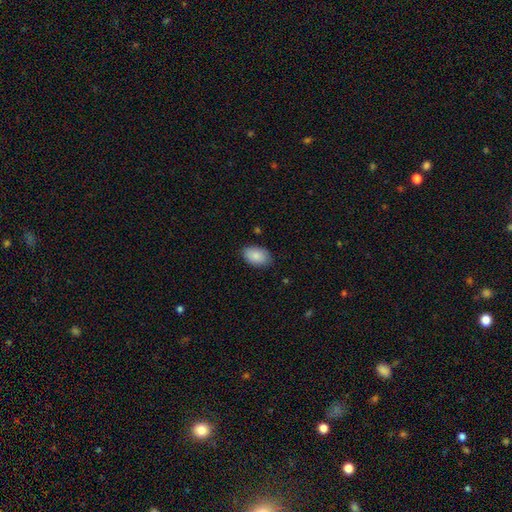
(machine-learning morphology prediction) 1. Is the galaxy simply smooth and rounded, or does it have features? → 87% smooth, 6% star or artifact, 6% featured or disk.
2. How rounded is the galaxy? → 91% in between, 8% round, 1% cigar-shaped.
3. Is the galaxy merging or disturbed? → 83% none, 13% minor disturbance, 2% major disturbance, 1% merger.